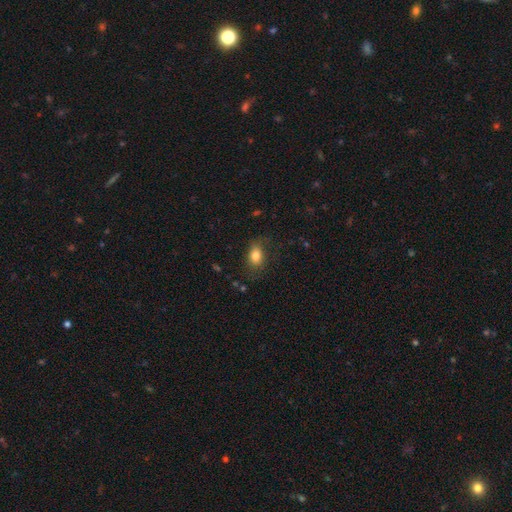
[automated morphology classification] The model was most divided on "merging": none: 70%, minor disturbance: 21%, major disturbance: 8%, merger: 1%. More confident: smooth or featured — smooth (80%); how rounded — in between (79%).